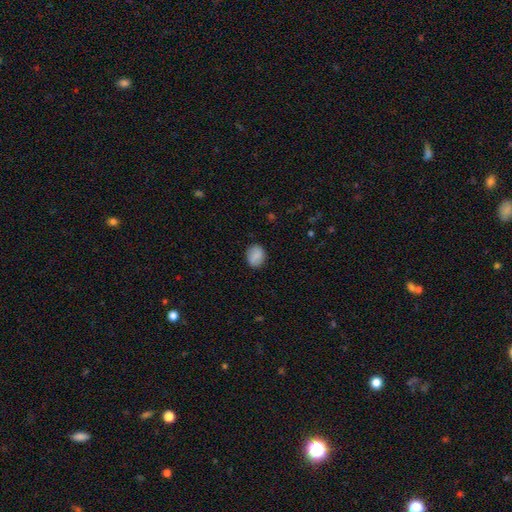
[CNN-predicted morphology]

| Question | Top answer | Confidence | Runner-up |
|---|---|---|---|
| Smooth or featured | smooth | 84% | featured or disk (8%) |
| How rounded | in between | 51% | round (48%) |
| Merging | none | 86% | minor disturbance (10%) |